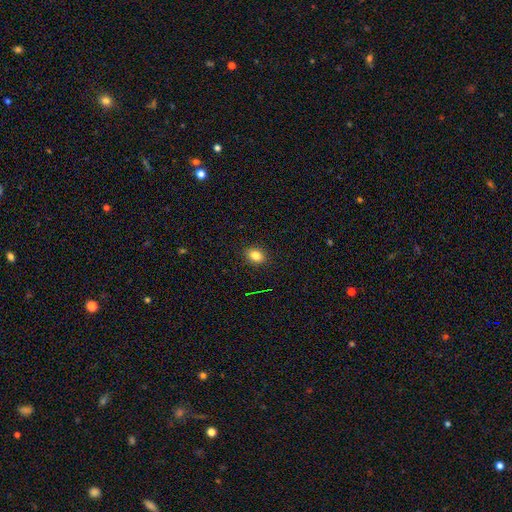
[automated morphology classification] Overall: smooth (82%). How rounded: in between (62%; round 37%). Merging: none (89%).